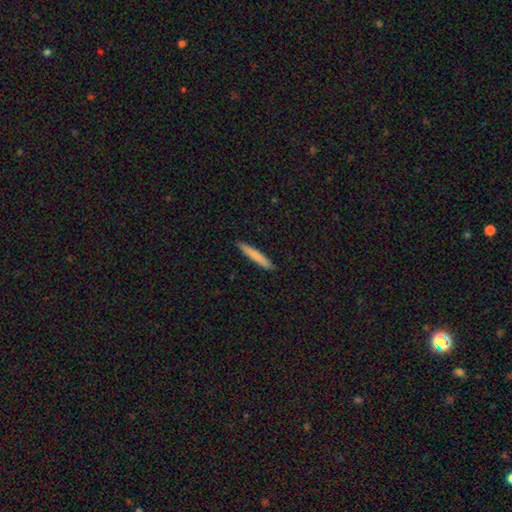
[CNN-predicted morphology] This is likely a smooth galaxy (79%). How rounded: clearly cigar-shaped (95%). Merging: clearly none (91%).